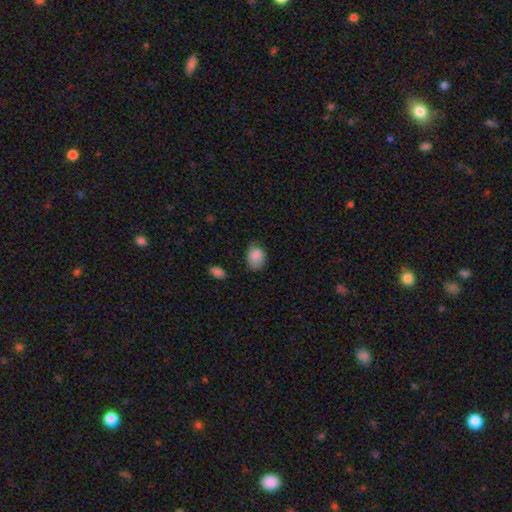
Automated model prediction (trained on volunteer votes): Morphology: type=smooth (85%); roundness=in between (76%); merging=none (61%).